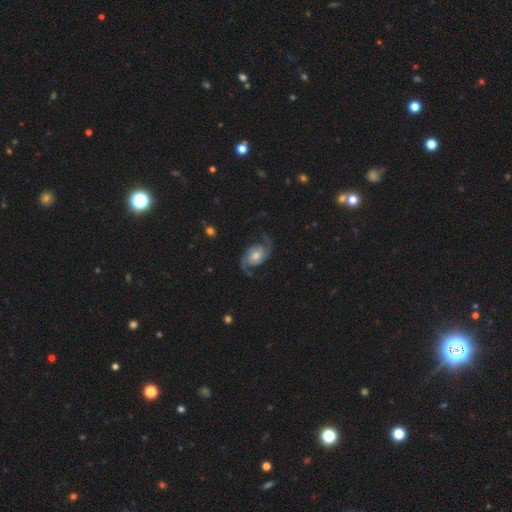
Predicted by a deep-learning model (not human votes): featured or disk 90%, smooth 5%, star or artifact 5%. Down the decision tree: edge-on disk — no (98%); bar — no (65%); spiral arms — yes (98%); spiral arm count — 2 (93%); spiral winding — medium (48%); bulge size — moderate (61%); merging — none (76%).